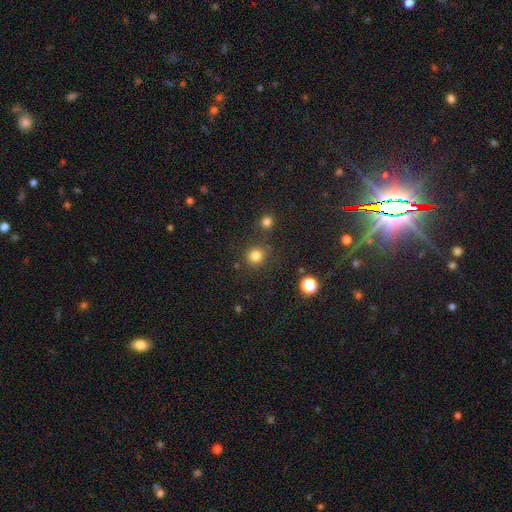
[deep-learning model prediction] smooth 81%, star or artifact 15%, featured or disk 4%. Down the decision tree: how rounded — round (90%); merging — none (80%).